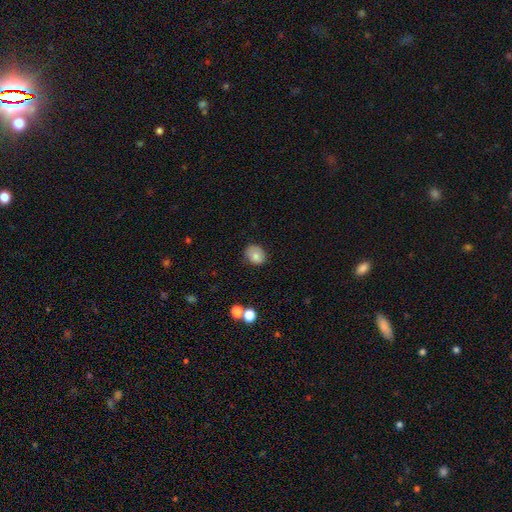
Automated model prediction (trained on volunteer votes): This is likely a smooth galaxy (78%). How rounded: possibly round (55%). Merging: likely none (74%).